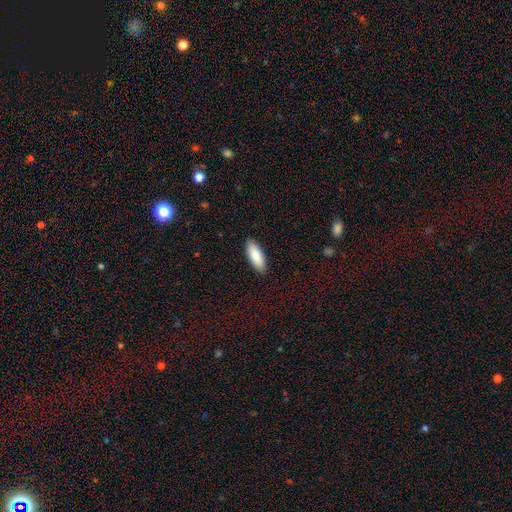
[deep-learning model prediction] This is clearly a smooth galaxy (87%). How rounded: likely in between (73%). Merging: clearly none (89%).